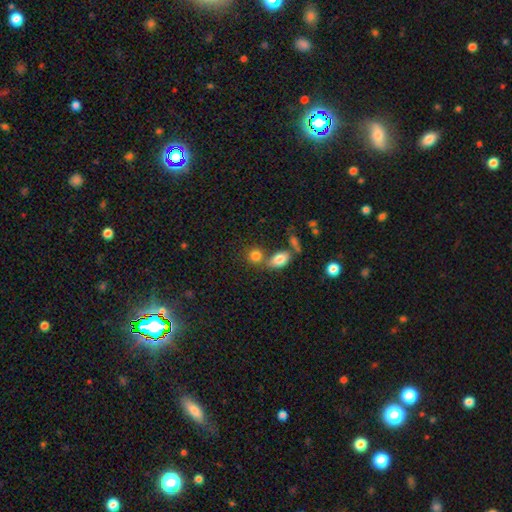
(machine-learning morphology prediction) smooth-or-featured: smooth: 81% | star or artifact: 10% | featured or disk: 9%
  how-rounded: round: 63% | in between: 35% | cigar-shaped: 2%
  merging: none: 47% | merger: 40% | minor disturbance: 9% | major disturbance: 4%